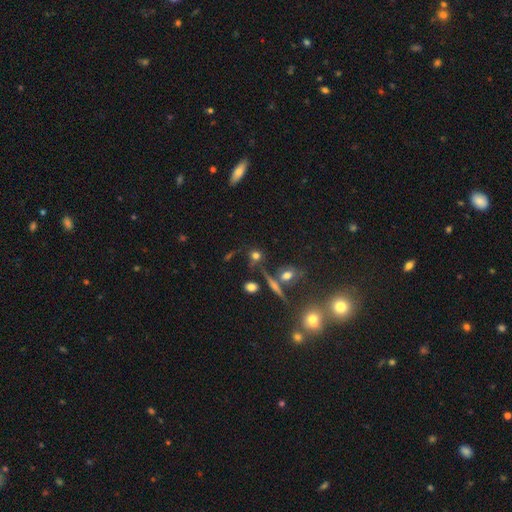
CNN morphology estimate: smooth-or-featured: smooth: 62% | star or artifact: 22% | featured or disk: 17%
  how-rounded: round: 80% | in between: 15% | cigar-shaped: 5%
  merging: none: 60% | merger: 17% | minor disturbance: 14% | major disturbance: 10%